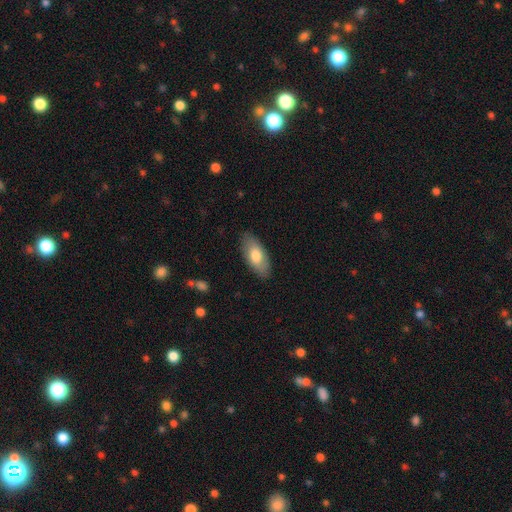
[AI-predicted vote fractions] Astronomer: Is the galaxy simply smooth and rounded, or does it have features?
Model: smooth — 74%.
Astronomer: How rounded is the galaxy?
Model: in between — 90%.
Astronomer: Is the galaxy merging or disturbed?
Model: none — 85%.